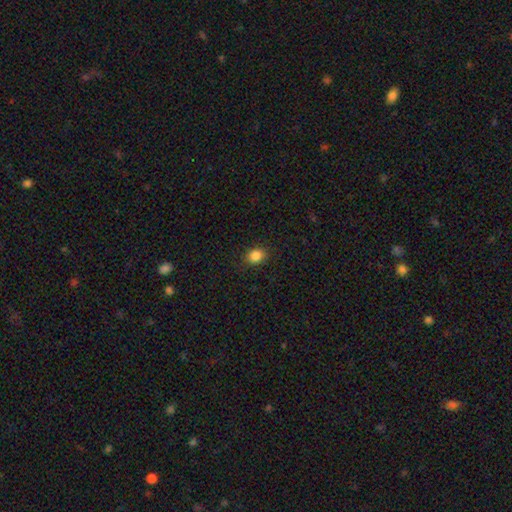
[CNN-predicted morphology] smooth-or-featured: smooth: 86% | star or artifact: 10% | featured or disk: 4%
  how-rounded: round: 59% | in between: 40% | cigar-shaped: 1%
  merging: none: 88% | minor disturbance: 9% | major disturbance: 2% | merger: 1%